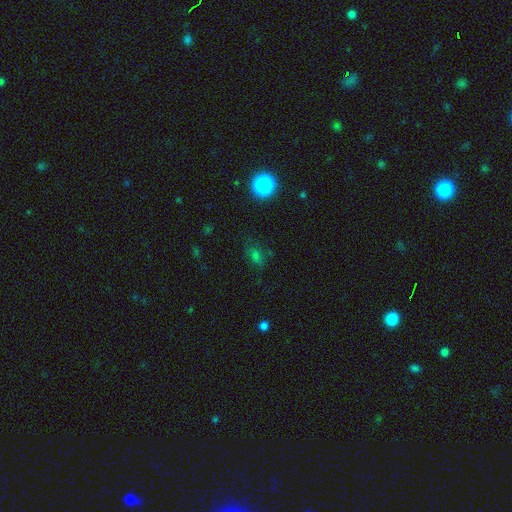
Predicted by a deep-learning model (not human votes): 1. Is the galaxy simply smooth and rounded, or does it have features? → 55% smooth, 35% star or artifact, 10% featured or disk.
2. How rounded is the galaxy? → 60% in between, 36% round, 4% cigar-shaped.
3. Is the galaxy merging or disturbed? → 70% none, 18% minor disturbance, 9% major disturbance, 3% merger.